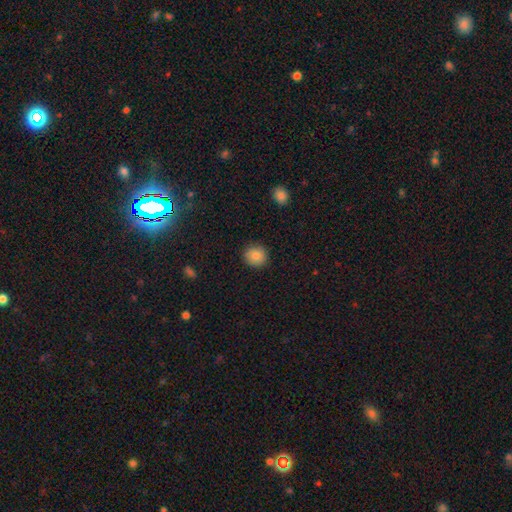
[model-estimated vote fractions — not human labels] A smooth galaxy with no disk features (86%) that is round (87%). Merging: none (89%).